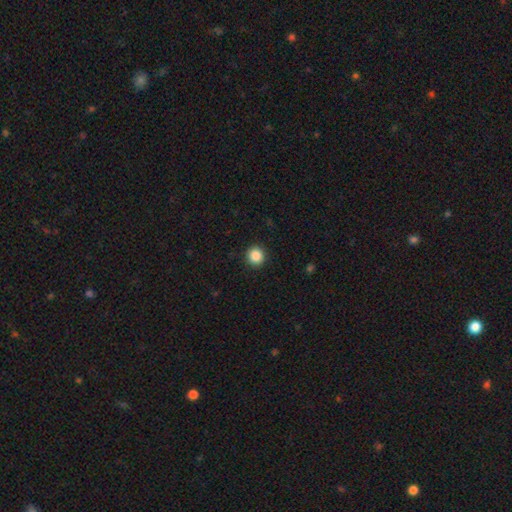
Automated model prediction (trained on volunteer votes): Smooth or featured? smooth (87%)
How rounded? round (93%)
Merging? none (92%)